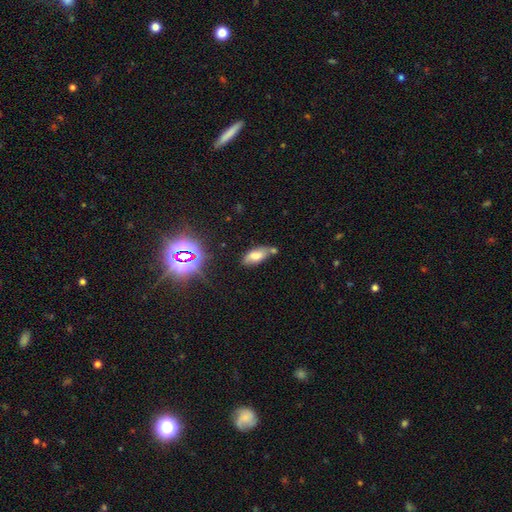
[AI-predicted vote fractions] Smooth or featured? smooth (68%)
How rounded? in between (84%)
Merging? none (54%)